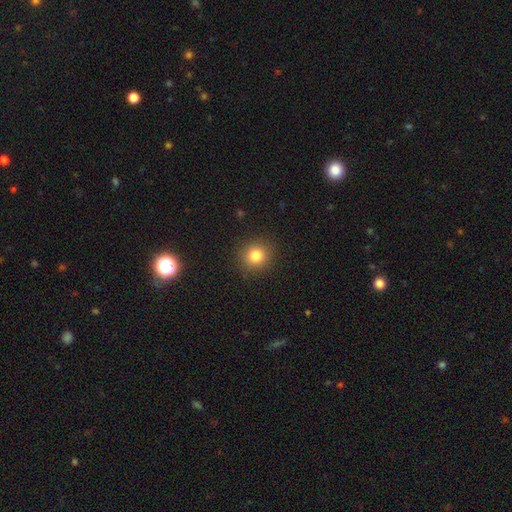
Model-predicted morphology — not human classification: type=smooth (81%); roundness=round (90%); merging=none (90%).